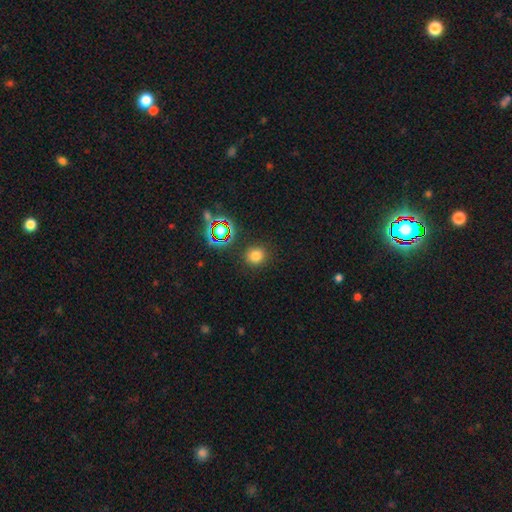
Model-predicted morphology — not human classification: A smooth galaxy with no disk features (73%) that is round (88%).

Vote fractions:
- Smooth or featured? smooth: 73% / star or artifact: 21% / featured or disk: 6%
- How rounded? round: 88% / in between: 11% / cigar-shaped: 1%
- Merging? none: 88% / minor disturbance: 7% / major disturbance: 3% / merger: 2%